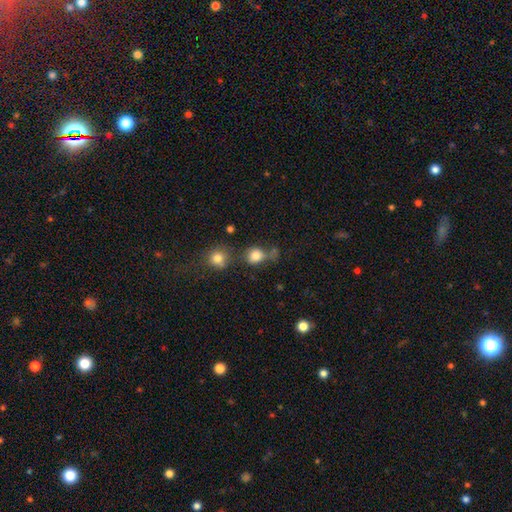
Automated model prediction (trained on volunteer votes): This is likely a smooth galaxy (79%). How rounded: likely round (73%). Merging: possibly none (53%).